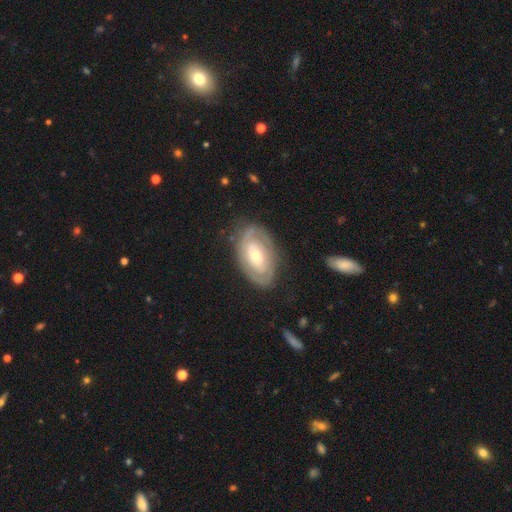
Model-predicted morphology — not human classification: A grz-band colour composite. It shows a featured or disk galaxy (76%) with no bar (54%), 2 (53%) tight (68%) spiral arms (79%) and a moderate central bulge (54%). Merging: none (78%).